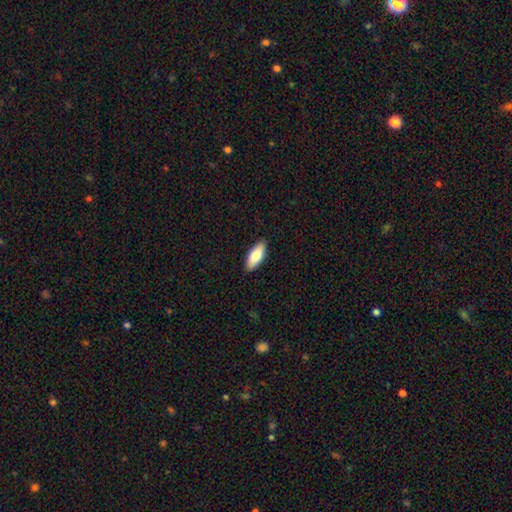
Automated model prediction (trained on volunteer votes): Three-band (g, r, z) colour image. It shows a smooth galaxy with no disk features (80%) that is in between round and cigar-shaped (78%). Merging: none (89%).